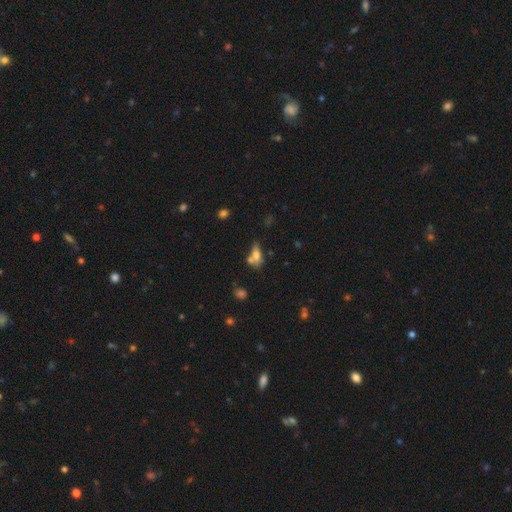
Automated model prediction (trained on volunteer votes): smooth_or_featured: smooth (p=0.65) [alt: featured or disk p=0.23]
how_rounded: in between (p=0.75) [alt: cigar-shaped p=0.16]
merging: merger (p=0.40) [alt: none p=0.35]